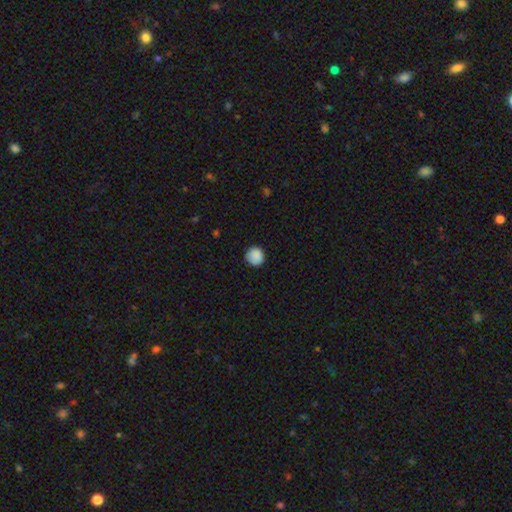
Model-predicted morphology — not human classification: Q: Smooth or featured?
A: smooth (88%); runner-up: star or artifact (8%)
Q: How rounded?
A: round (91%); runner-up: in between (8%)
Q: Merging?
A: none (83%); runner-up: minor disturbance (14%)